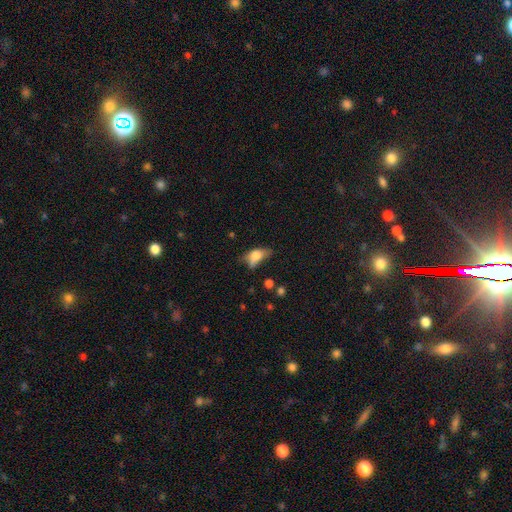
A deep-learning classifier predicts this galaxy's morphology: Q: Smooth or featured?
A: smooth (70%); runner-up: featured or disk (21%)
Q: How rounded?
A: in between (84%); runner-up: round (9%)
Q: Merging?
A: minor disturbance (36%); runner-up: major disturbance (29%)